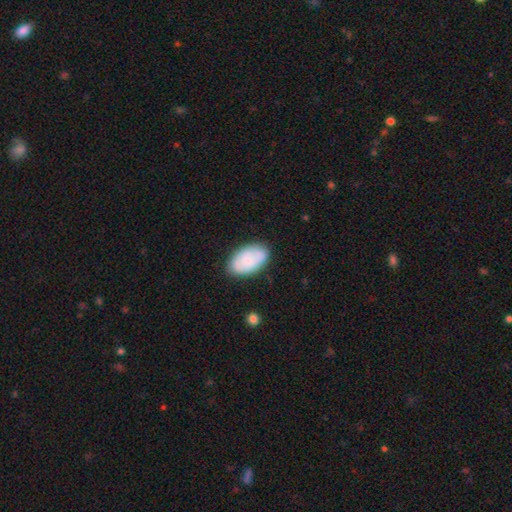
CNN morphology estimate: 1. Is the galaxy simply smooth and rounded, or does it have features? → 73% smooth, 21% featured or disk, 6% star or artifact.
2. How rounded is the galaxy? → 93% in between, 5% round, 1% cigar-shaped.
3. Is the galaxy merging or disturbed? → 79% none, 15% minor disturbance, 3% major disturbance, 2% merger.